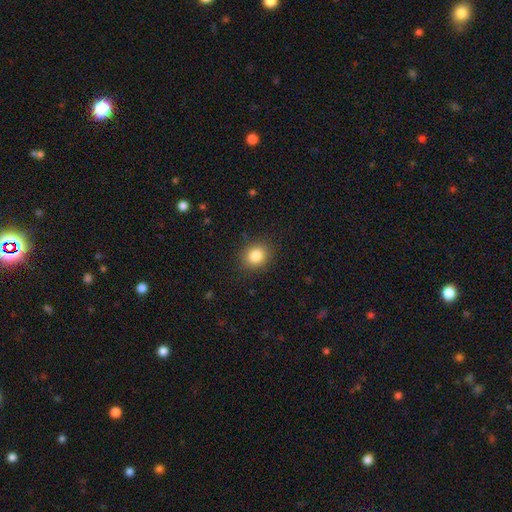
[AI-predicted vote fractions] smooth-or-featured: smooth: 84% | star or artifact: 10% | featured or disk: 6%
  how-rounded: round: 64% | in between: 35% | cigar-shaped: 1%
  merging: none: 88% | minor disturbance: 8% | major disturbance: 3% | merger: 1%